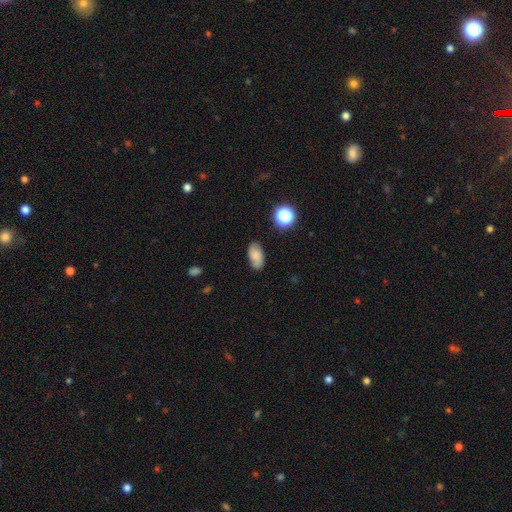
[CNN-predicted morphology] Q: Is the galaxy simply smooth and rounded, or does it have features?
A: smooth — 72%.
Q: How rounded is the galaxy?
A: in between — 91%.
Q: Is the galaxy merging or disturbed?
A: none — 81%.